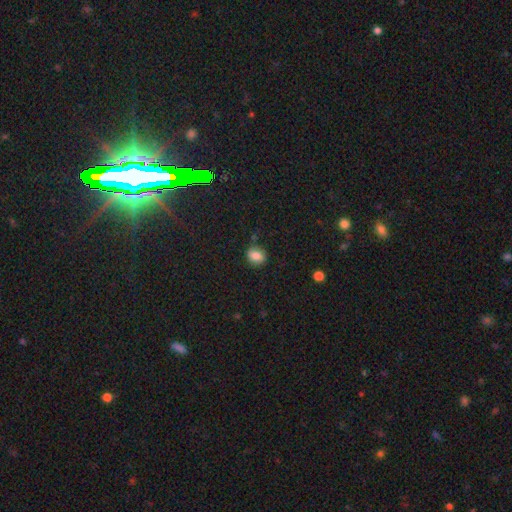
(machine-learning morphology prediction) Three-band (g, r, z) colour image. It shows a smooth galaxy with no disk features (82%) that is round (54%). Merging: none (76%).